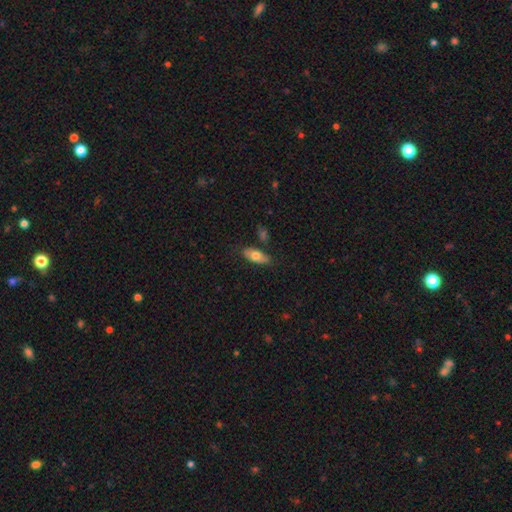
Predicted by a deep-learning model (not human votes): Overall: smooth (69%). How rounded: in between (82%). Merging: none (76%).